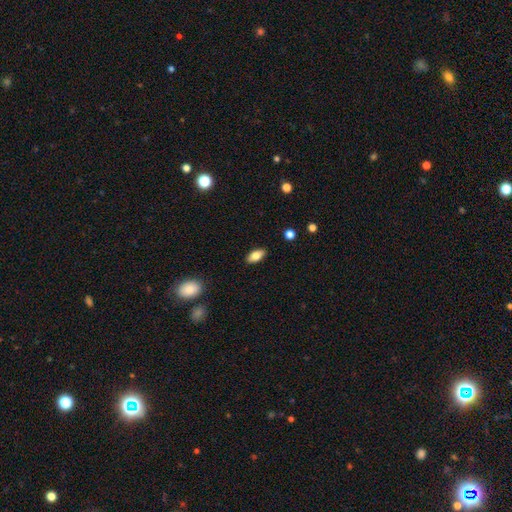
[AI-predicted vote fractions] Morphology: type=smooth (77%); roundness=in between (89%); merging=none (89%).